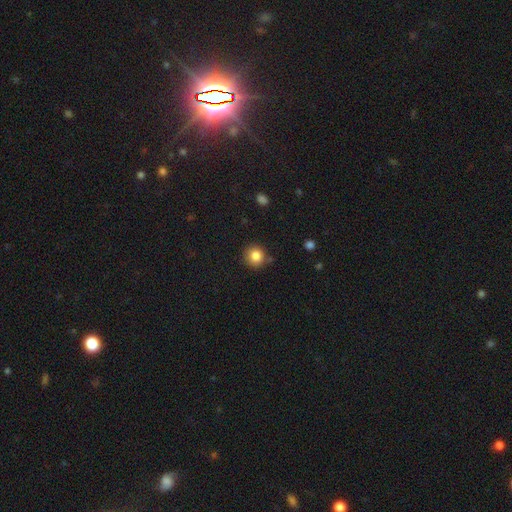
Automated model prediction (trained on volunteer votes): smooth 84%, star or artifact 11%, featured or disk 6%. Down the decision tree: how rounded — round (93%); merging — none (85%).